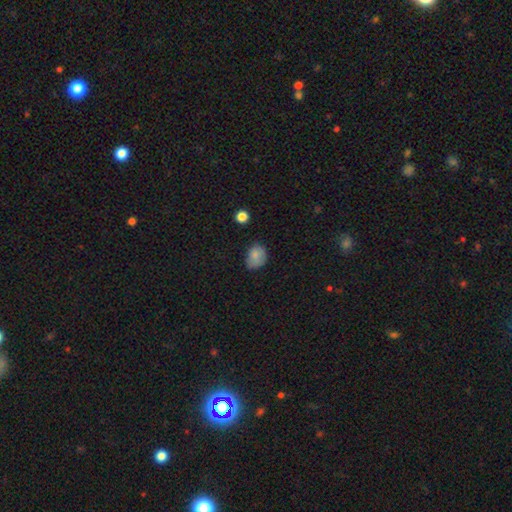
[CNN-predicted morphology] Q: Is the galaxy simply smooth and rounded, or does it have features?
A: smooth — 81%.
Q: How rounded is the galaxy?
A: in between — 63%.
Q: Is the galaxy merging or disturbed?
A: none — 54%.